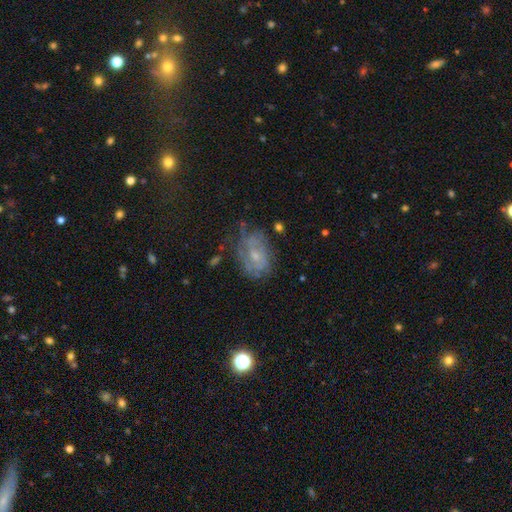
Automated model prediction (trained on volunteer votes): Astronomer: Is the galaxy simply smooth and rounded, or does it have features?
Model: featured or disk — 61%.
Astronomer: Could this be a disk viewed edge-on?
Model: no — 97%.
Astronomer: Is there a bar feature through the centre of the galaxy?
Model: no — 67%.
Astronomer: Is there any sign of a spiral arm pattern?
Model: yes — 69%.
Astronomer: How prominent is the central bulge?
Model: small — 61%.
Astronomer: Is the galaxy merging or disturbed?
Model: none — 54%.